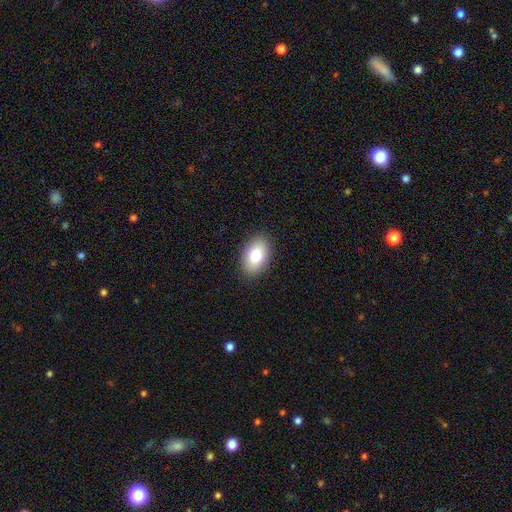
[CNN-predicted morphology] smooth_or_featured: smooth (p=0.79) [alt: featured or disk p=0.13]
how_rounded: in between (p=0.90) [alt: round p=0.08]
merging: none (p=0.89) [alt: minor disturbance p=0.08]